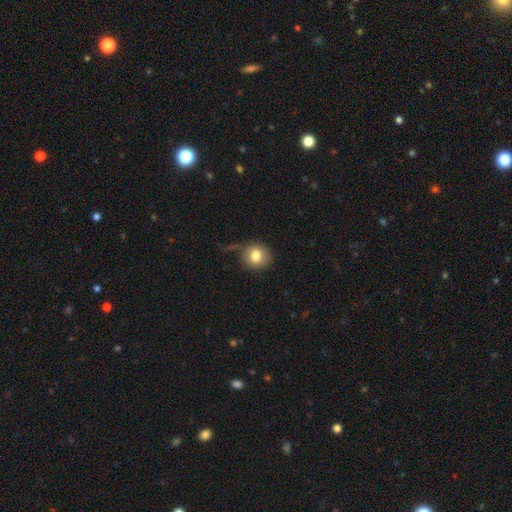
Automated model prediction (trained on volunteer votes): smooth-or-featured: smooth: 81% | featured or disk: 10% | star or artifact: 9%
  how-rounded: round: 86% | in between: 13% | cigar-shaped: 1%
  merging: none: 65% | minor disturbance: 20% | major disturbance: 11% | merger: 4%